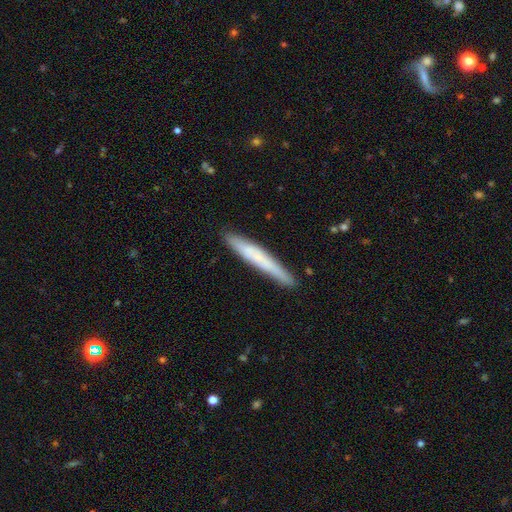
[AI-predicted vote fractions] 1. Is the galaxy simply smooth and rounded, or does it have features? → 61% smooth, 32% featured or disk, 6% star or artifact.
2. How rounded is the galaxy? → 96% cigar-shaped, 3% in between, 1% round.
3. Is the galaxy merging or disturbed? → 86% none, 11% minor disturbance, 2% major disturbance, 1% merger.